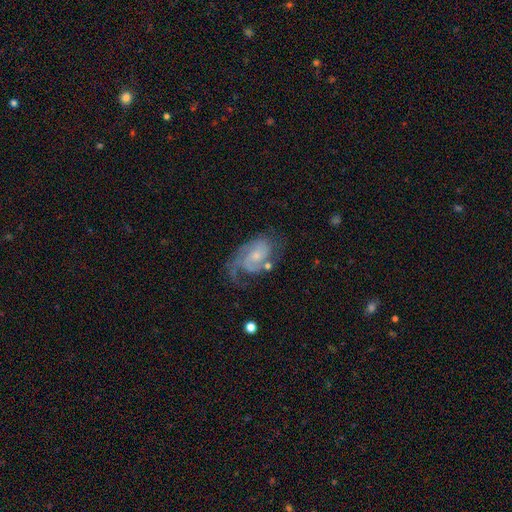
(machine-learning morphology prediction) featured or disk 81%, smooth 13%, star or artifact 6%. Down the decision tree: edge-on disk — no (97%); bar — no (64%); spiral arms — yes (93%); spiral arm count — 2 (47%); spiral winding — medium (42%); bulge size — small (60%); merging — none (51%).